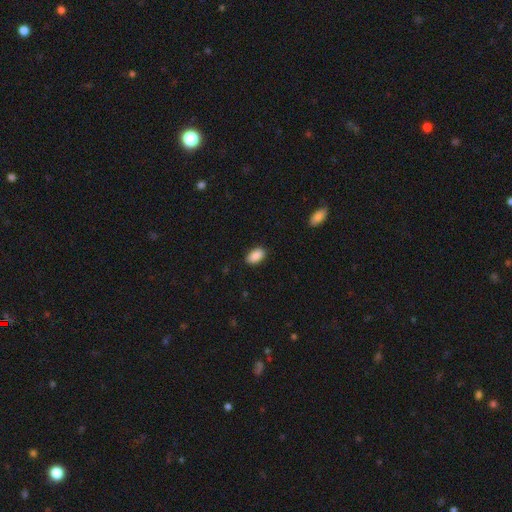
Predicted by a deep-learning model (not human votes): A smooth galaxy with no disk features (90%) that is in between round and cigar-shaped (93%). Merging: none (89%).